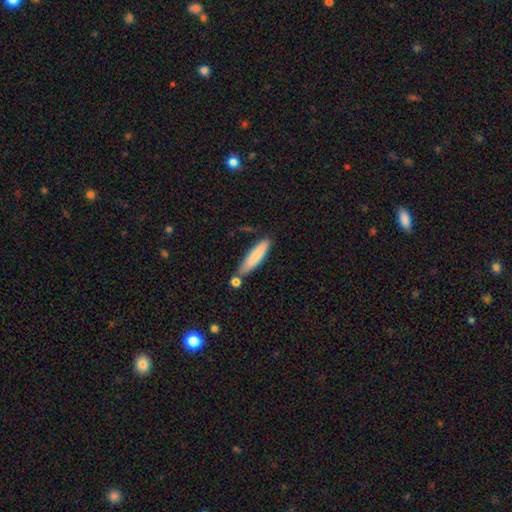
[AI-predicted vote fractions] Morphology: type=smooth (81%); roundness=cigar-shaped (81%); merging=none (68%).